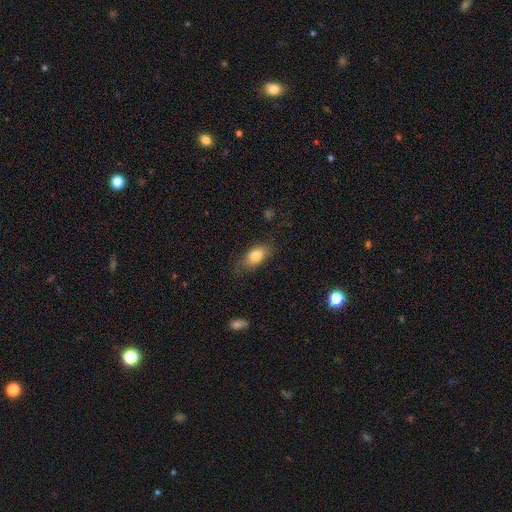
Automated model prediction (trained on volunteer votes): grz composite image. It shows a smooth galaxy with no disk features (79%) that is in between round and cigar-shaped (87%). Merging: none (69%).